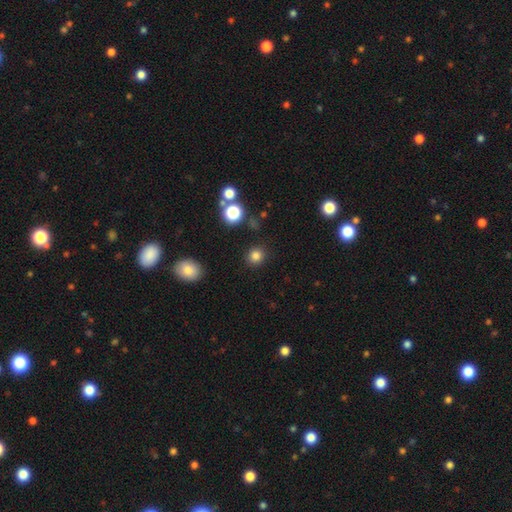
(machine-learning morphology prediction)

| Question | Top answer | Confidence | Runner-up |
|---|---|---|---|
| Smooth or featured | smooth | 81% | star or artifact (14%) |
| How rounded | round | 89% | in between (10%) |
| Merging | none | 89% | minor disturbance (7%) |